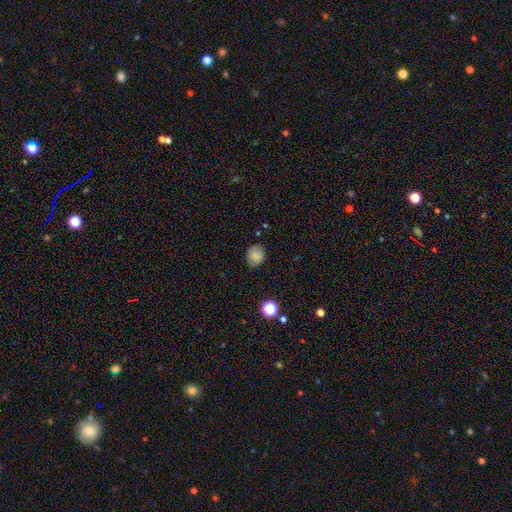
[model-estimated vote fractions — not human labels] smooth-or-featured: smooth: 82% | star or artifact: 11% | featured or disk: 7%
  how-rounded: round: 67% | in between: 32% | cigar-shaped: 1%
  merging: none: 79% | minor disturbance: 16% | major disturbance: 3% | merger: 1%